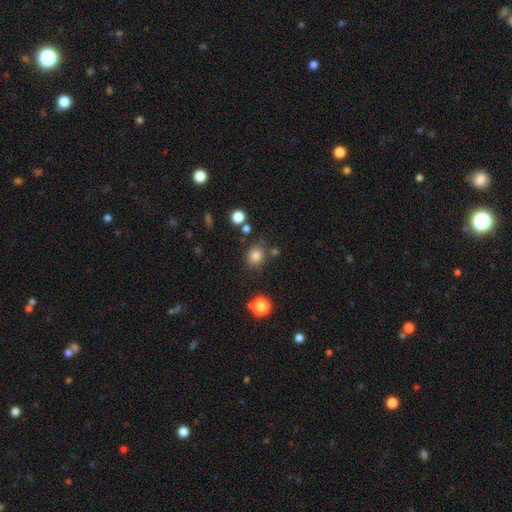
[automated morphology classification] Q: Smooth or featured?
A: smooth (82%); runner-up: star or artifact (13%)
Q: How rounded?
A: round (73%); runner-up: in between (26%)
Q: Merging?
A: none (77%); runner-up: minor disturbance (13%)